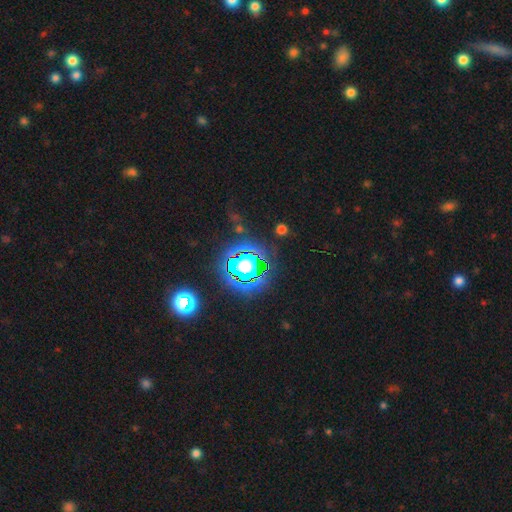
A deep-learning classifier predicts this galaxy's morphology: Overall: star or artifact (82%).